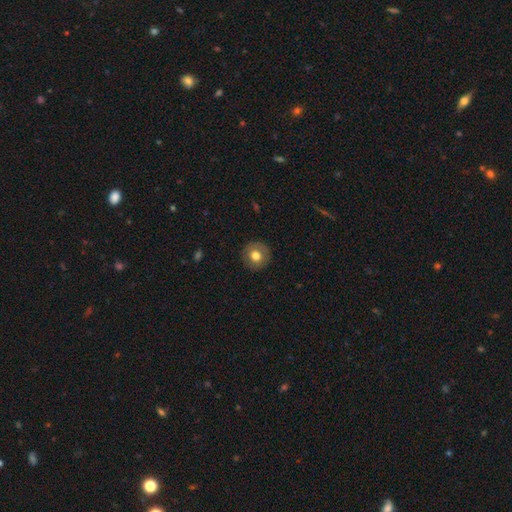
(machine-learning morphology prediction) Smooth or featured? smooth (73%)
How rounded? round (94%)
Merging? none (90%)